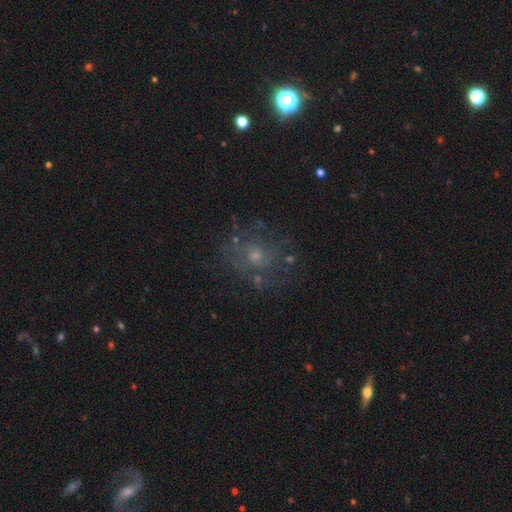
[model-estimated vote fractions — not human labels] Morphology: type=featured or disk (43%); merging=none (69%).